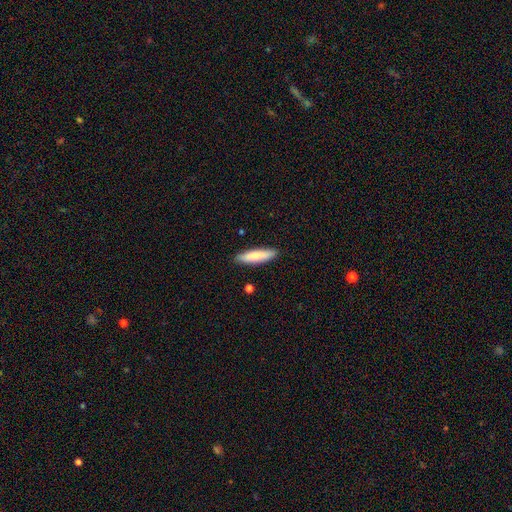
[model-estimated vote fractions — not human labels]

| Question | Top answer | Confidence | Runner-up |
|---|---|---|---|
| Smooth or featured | smooth | 78% | featured or disk (16%) |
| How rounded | cigar-shaped | 75% | in between (23%) |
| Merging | none | 88% | minor disturbance (9%) |